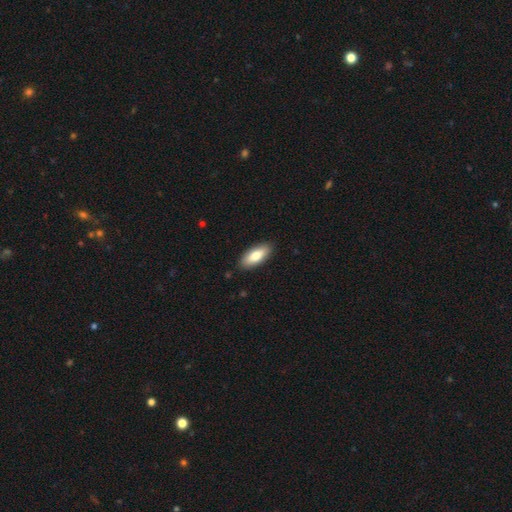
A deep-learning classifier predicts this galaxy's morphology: Smooth or featured? smooth (79%)
How rounded? in between (79%)
Merging? none (88%)